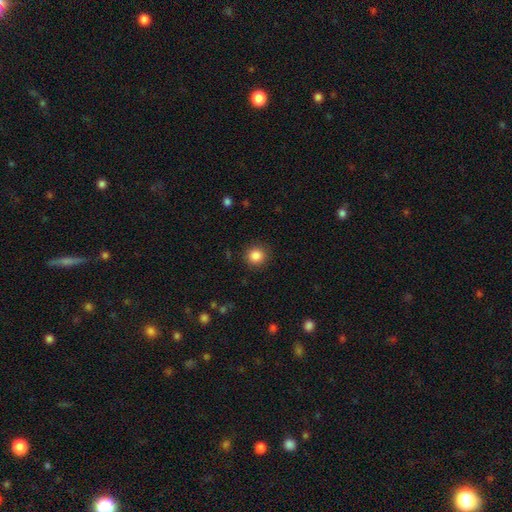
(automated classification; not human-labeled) This is clearly a smooth galaxy (86%). How rounded: clearly round (93%). Merging: clearly none (90%).